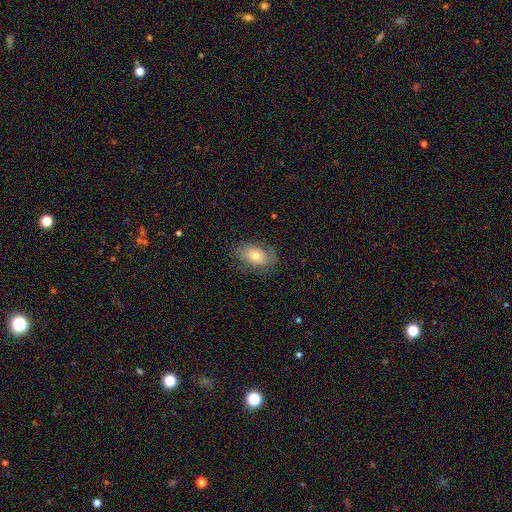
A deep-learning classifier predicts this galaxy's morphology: A smooth galaxy with no disk features (57%) that is in between round and cigar-shaped (86%).

Vote fractions:
- Smooth or featured? smooth: 57% / featured or disk: 33% / star or artifact: 10%
- How rounded? in between: 86% / round: 12% / cigar-shaped: 2%
- Merging? none: 74% / minor disturbance: 18% / major disturbance: 7% / merger: 1%